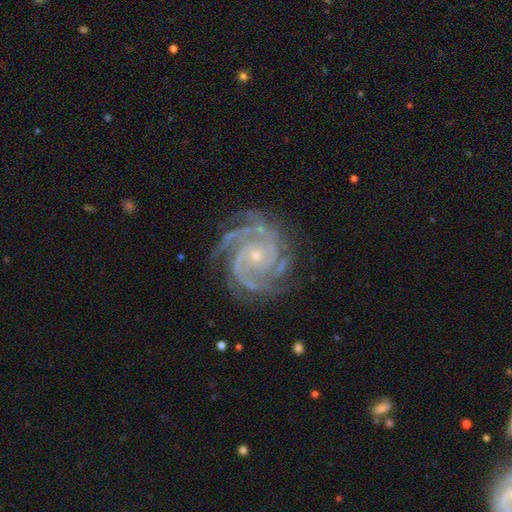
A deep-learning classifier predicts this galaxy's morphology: Smooth or featured: featured or disk — 92% (star or artifact — 6%)
Edge-on disk: no — 98% (yes — 2%)
Bar: no — 75% (weak — 18%)
Spiral arms: yes — 99% (no — 1%)
Spiral winding: tight — 69% (medium — 28%)
Spiral arm count: 3 — 34% (4 — 24%)
Bulge size: small — 83% (moderate — 13%)
Merging: none — 75% (minor disturbance — 17%)